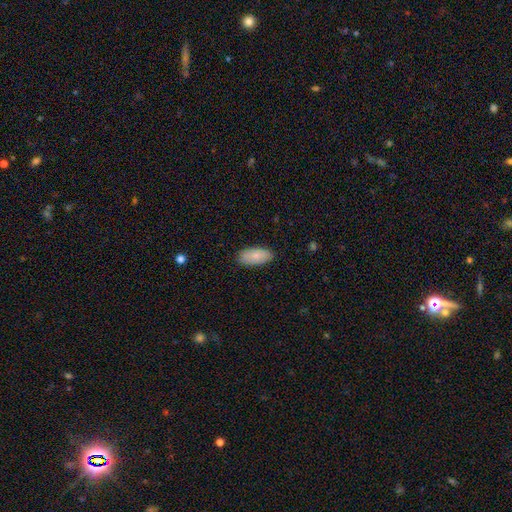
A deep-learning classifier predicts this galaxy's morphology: Overall: smooth (83%). How rounded: in between (92%). Merging: none (86%).